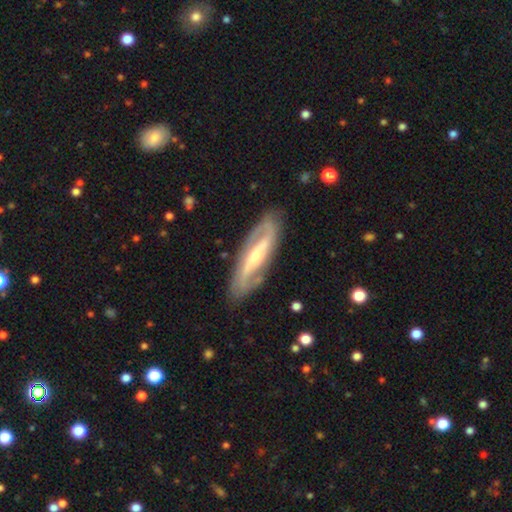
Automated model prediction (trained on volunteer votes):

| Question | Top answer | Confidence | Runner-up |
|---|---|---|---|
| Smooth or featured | featured or disk | 85% | smooth (10%) |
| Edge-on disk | no | 86% | yes (14%) |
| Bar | strong | 53% | weak (29%) |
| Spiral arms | yes | 92% | no (8%) |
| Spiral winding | medium | 44% | tight (29%) |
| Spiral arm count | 2 | 89% | can't tell (6%) |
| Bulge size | moderate | 47% | tied: small (47%) |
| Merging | none | 83% | minor disturbance (12%) |